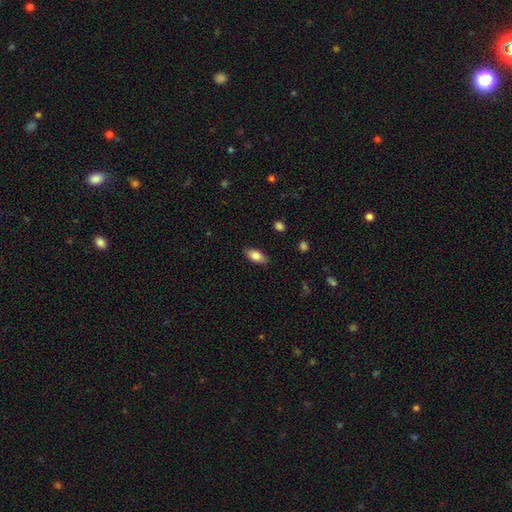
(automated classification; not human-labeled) smooth-or-featured: smooth: 81% | featured or disk: 12% | star or artifact: 7%
  how-rounded: in between: 88% | cigar-shaped: 9% | round: 3%
  merging: none: 86% | minor disturbance: 11% | major disturbance: 2% | merger: 1%